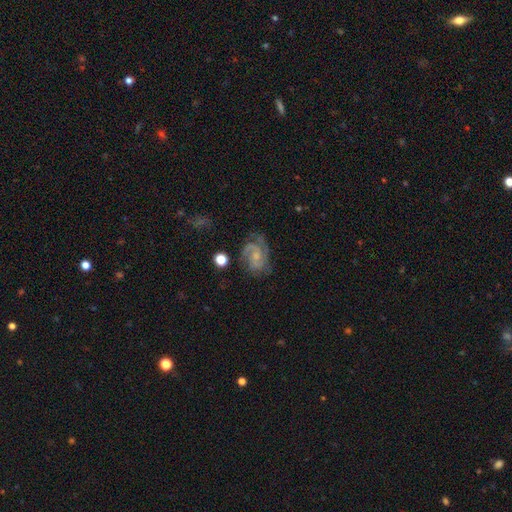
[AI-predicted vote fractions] smooth_or_featured: featured or disk (p=0.83) [alt: smooth p=0.10]
disk_edge_on: no (p=0.98) [alt: yes p=0.02]
bar: no (p=0.58) [alt: weak p=0.35]
has_spiral_arms: yes (p=0.96) [alt: no p=0.04]
spiral_winding: medium (p=0.47) [alt: tight p=0.40]
spiral_arm_count: 2 (p=0.61) [alt: 3 p=0.17]
bulge_size: small (p=0.59) [alt: moderate p=0.27]
merging: none (p=0.64) [alt: minor disturbance p=0.21]